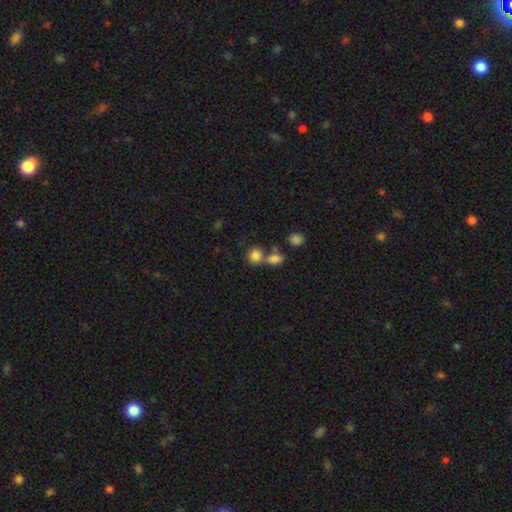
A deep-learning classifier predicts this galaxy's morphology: Smooth or featured? Predicted: smooth (p=0.82). How rounded? Predicted: round (p=0.74). Merging? Predicted: none (p=0.47).